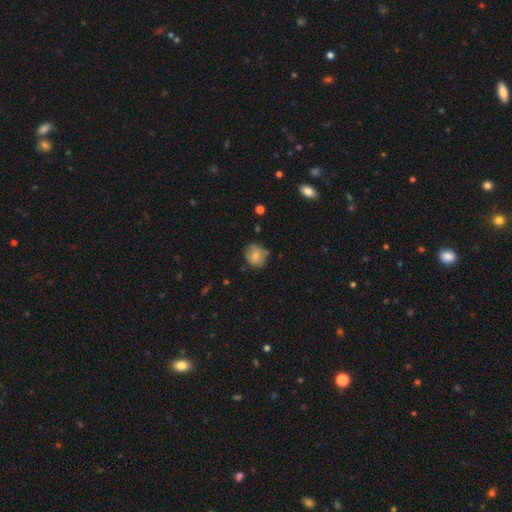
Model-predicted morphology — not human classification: Overall: smooth (66%). How rounded: round (74%). Merging: none (67%).